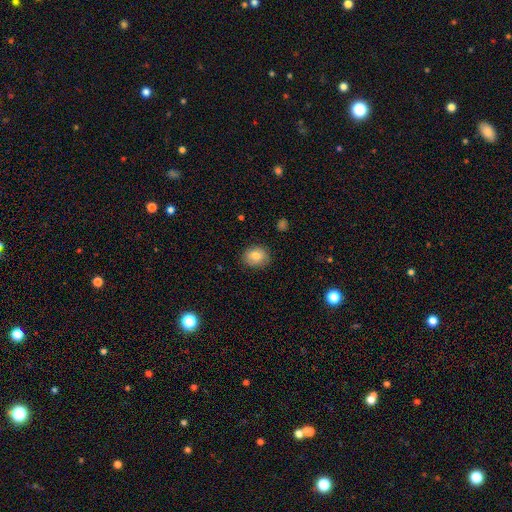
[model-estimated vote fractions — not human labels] Overall: smooth (80%). How rounded: round (62%; in between 37%). Merging: none (85%).